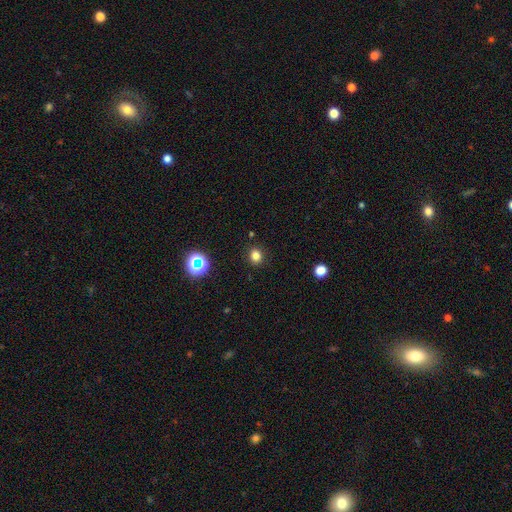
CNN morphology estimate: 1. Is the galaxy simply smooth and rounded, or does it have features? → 79% smooth, 16% star or artifact, 5% featured or disk.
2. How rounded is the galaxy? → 78% round, 21% in between, 1% cigar-shaped.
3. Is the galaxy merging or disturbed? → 90% none, 7% minor disturbance, 2% major disturbance, 1% merger.